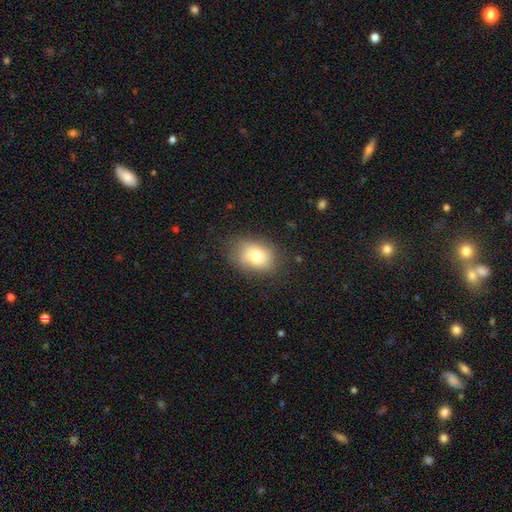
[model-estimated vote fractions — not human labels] Smooth or featured?
  - smooth: 75% *
  - featured or disk: 14%
  - star or artifact: 11%
How rounded?
  - in between: 64% *
  - round: 35%
  - cigar-shaped: 1%
Merging?
  - none: 71% *
  - minor disturbance: 20%
  - major disturbance: 8%
  - merger: 1%